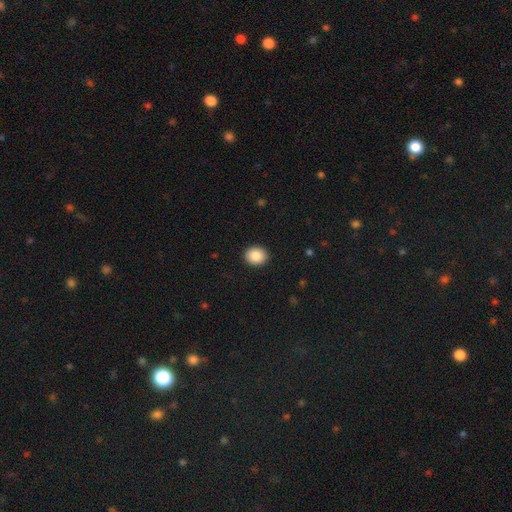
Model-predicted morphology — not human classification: This appears to be a smooth galaxy with no disk features (88%) that is round (66%). Merging: none (92%).